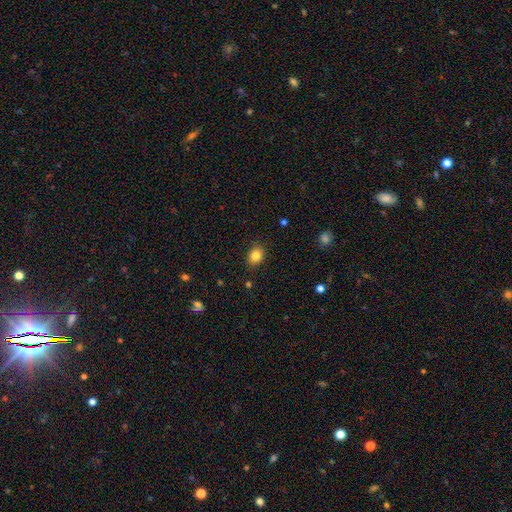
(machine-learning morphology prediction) This is clearly a smooth galaxy (83%). How rounded: possibly in between (54%). Merging: clearly none (87%).